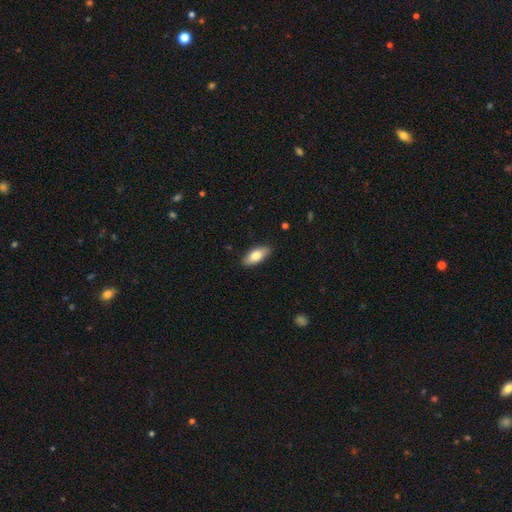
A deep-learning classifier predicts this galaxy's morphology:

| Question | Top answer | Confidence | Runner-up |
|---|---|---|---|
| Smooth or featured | smooth | 76% | featured or disk (18%) |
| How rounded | in between | 84% | cigar-shaped (14%) |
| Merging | none | 87% | minor disturbance (10%) |